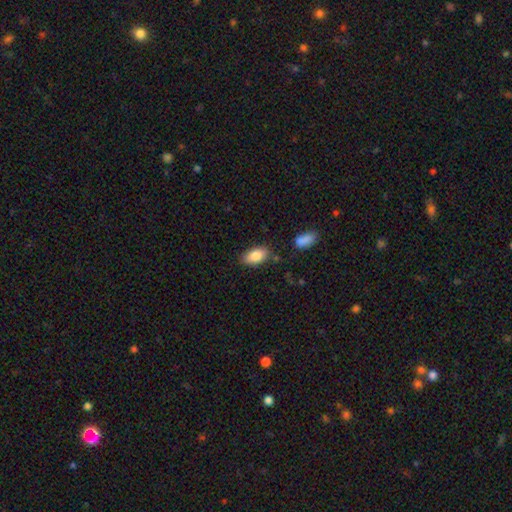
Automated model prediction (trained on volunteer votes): smooth_or_featured: smooth (p=0.86) [alt: featured or disk p=0.07]
how_rounded: in between (p=0.92) [alt: cigar-shaped p=0.04]
merging: none (p=0.79) [alt: minor disturbance p=0.13]